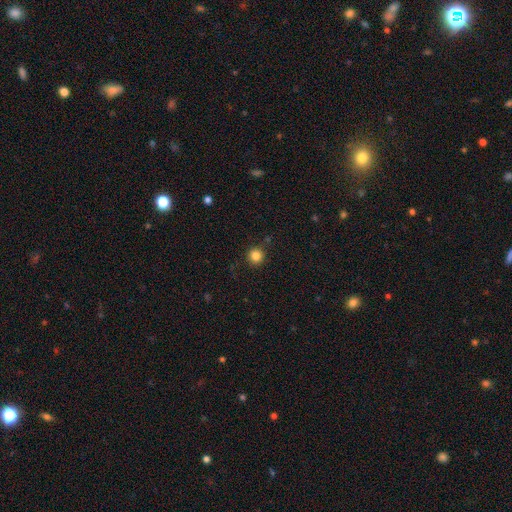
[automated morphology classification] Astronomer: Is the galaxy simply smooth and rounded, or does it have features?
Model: smooth — 84%.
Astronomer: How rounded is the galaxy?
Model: round — 95%.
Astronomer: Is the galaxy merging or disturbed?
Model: none — 89%.